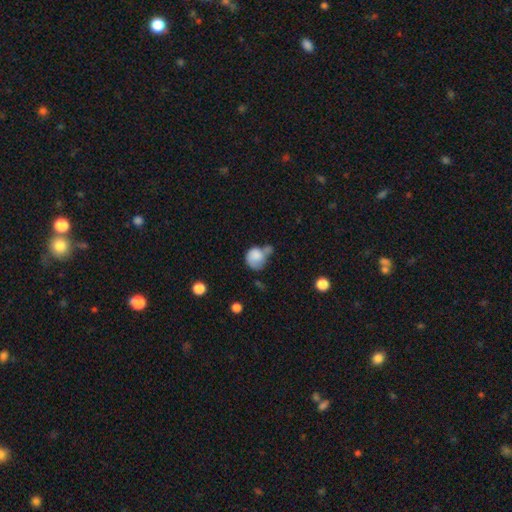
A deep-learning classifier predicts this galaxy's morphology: smooth 81%, featured or disk 11%, star or artifact 8%. Down the decision tree: how rounded — round (68%); merging — merger (31%).